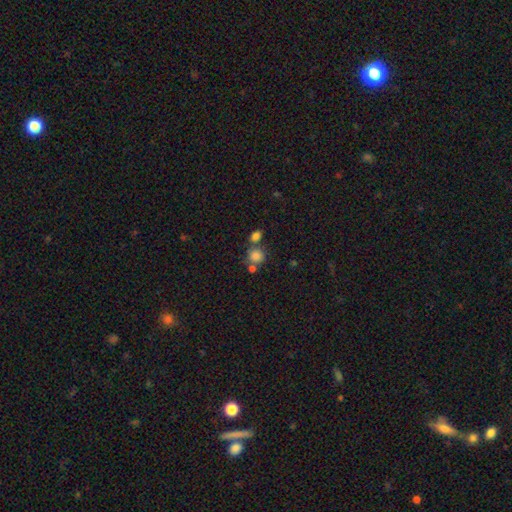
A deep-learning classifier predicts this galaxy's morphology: A smooth galaxy with no disk features (81%) that is round (85%).

Vote fractions:
- Smooth or featured? smooth: 81% / star or artifact: 12% / featured or disk: 7%
- How rounded? round: 85% / in between: 14% / cigar-shaped: 1%
- Merging? none: 56% / merger: 29% / minor disturbance: 10% / major disturbance: 5%